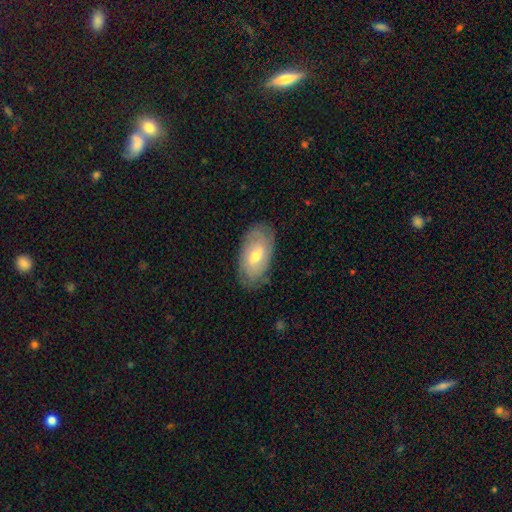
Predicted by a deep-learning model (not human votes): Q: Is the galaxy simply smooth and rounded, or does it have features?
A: featured or disk — 48%.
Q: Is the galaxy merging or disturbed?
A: none — 82%.